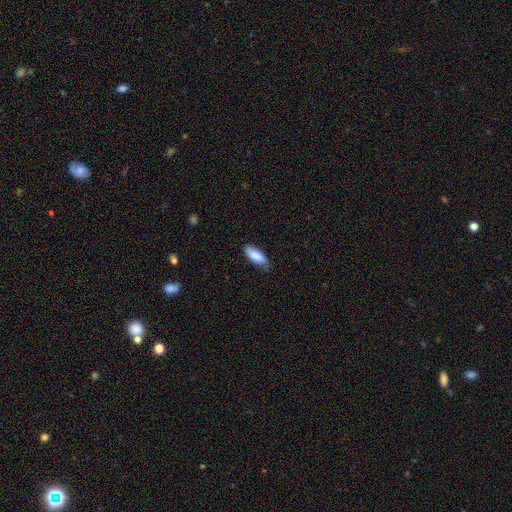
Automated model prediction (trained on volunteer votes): This appears to be a smooth galaxy with no disk features (84%) that is in between round and cigar-shaped (80%). Merging: none (73%).